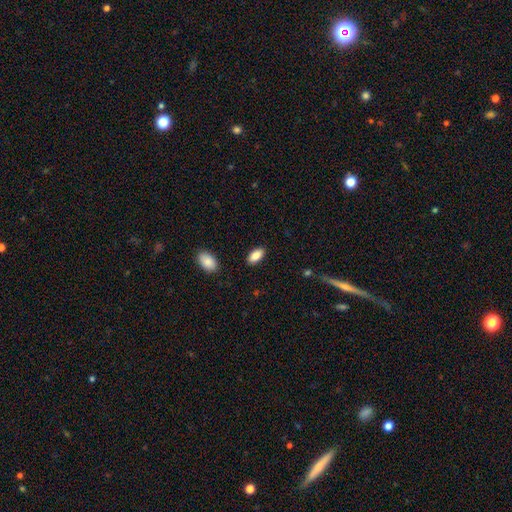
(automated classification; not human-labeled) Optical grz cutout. It shows a smooth galaxy with no disk features (87%) that is in between round and cigar-shaped (92%). Merging: none (88%).